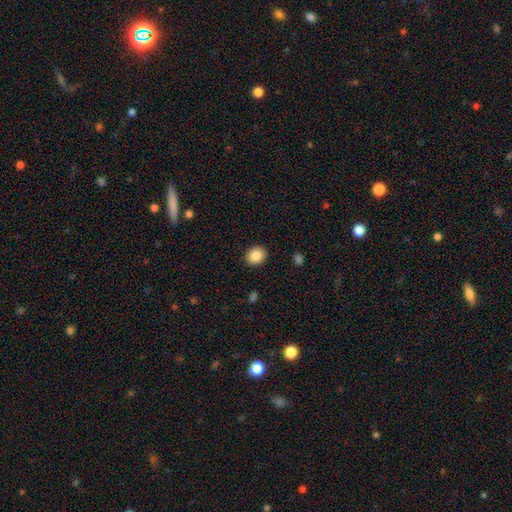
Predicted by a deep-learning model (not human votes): This is clearly a smooth galaxy (86%). How rounded: likely round (68%). Merging: clearly none (90%).